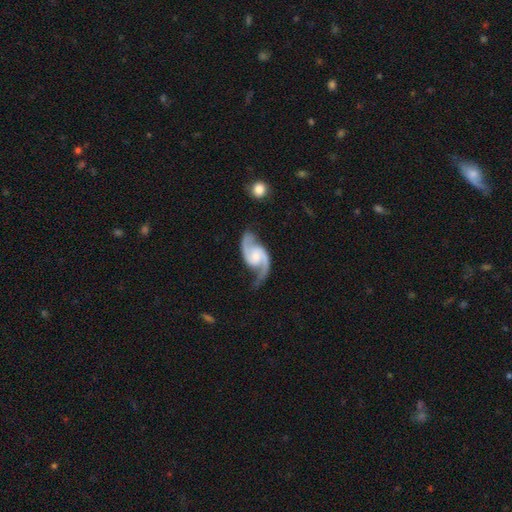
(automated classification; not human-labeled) smooth-or-featured: featured or disk: 93% | smooth: 4% | star or artifact: 4%
  disk-edge-on: no: 98% | yes: 2%
    bar: weak: 44% (tied) | no: 44% (tied) | strong: 12%
    has-spiral-arms: yes: 98% | no: 2%
      spiral-winding: medium: 52% | loose: 36% | tight: 12%
      spiral-arm-count: 2: 94% | 1: 2% | can't tell: 1% | 3: 1% | 4: 1% | more than 4: 1%
    bulge-size: small: 40% | moderate: 38% | none: 15% | large: 6% | dominant: 1%
  merging: none: 74% | minor disturbance: 17% | major disturbance: 7% | merger: 2%